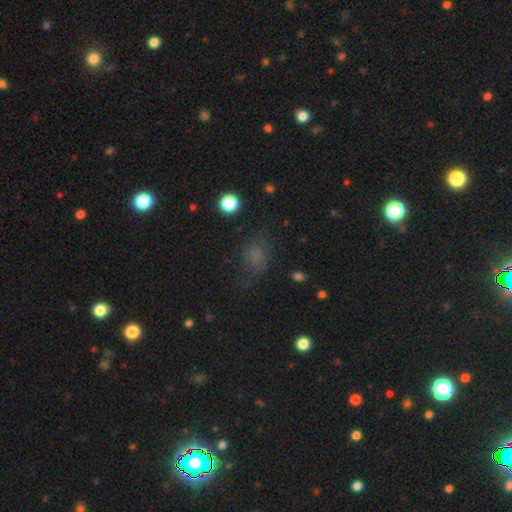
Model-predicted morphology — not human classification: Smooth or featured?
  - smooth: 65% *
  - star or artifact: 22%
  - featured or disk: 13%
How rounded?
  - in between: 66% *
  - round: 32%
  - cigar-shaped: 2%
Merging?
  - none: 59% *
  - minor disturbance: 23%
  - major disturbance: 17%
  - merger: 2%